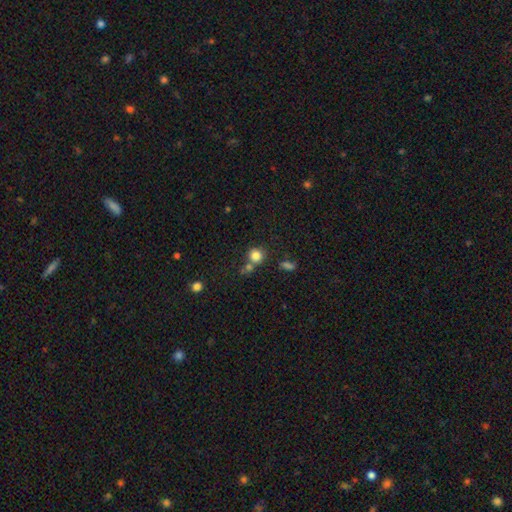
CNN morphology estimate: type=smooth (82%); roundness=round (88%); merging=none (62%).